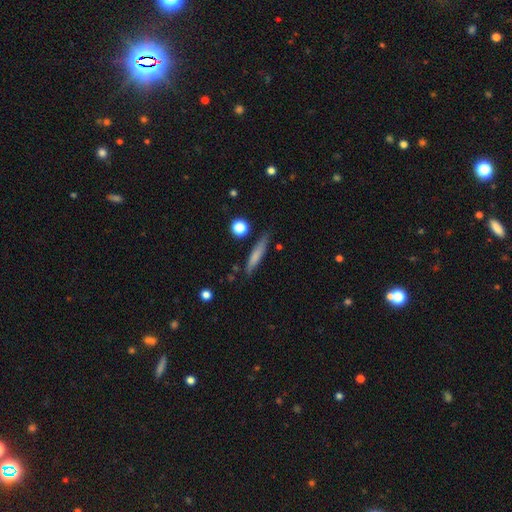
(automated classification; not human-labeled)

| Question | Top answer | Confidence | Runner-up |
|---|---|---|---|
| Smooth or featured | smooth | 69% | featured or disk (24%) |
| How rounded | cigar-shaped | 88% | in between (10%) |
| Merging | none | 79% | minor disturbance (15%) |